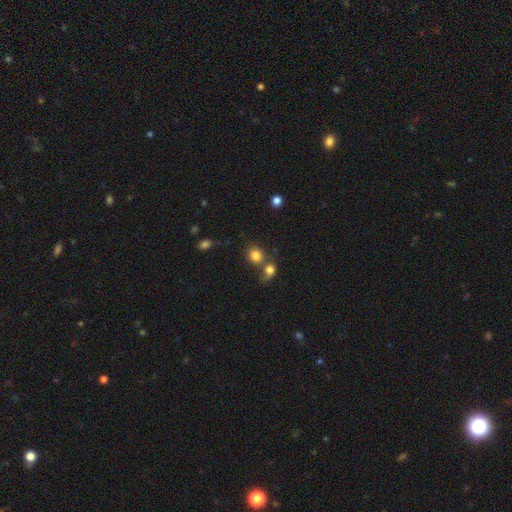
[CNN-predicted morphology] Smooth or featured: smooth — 82% (star or artifact — 11%)
How rounded: round — 76% (in between — 23%)
Merging: none — 55% (merger — 31%)